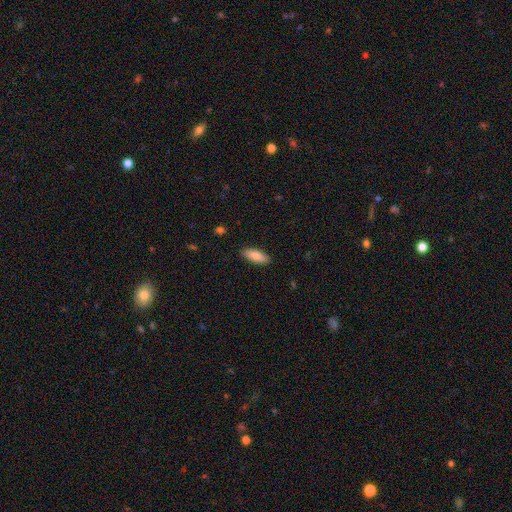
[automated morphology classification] This is clearly a smooth galaxy (86%). How rounded: likely in between (70%). Merging: clearly none (88%).